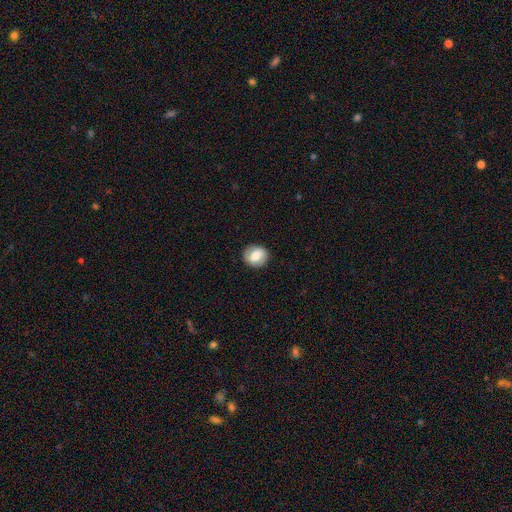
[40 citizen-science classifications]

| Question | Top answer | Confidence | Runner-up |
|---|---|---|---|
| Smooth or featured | smooth | 62% | featured or disk (32%) |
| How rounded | round | 72% | in between (28%) |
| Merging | none | 84% | minor disturbance (11%) |